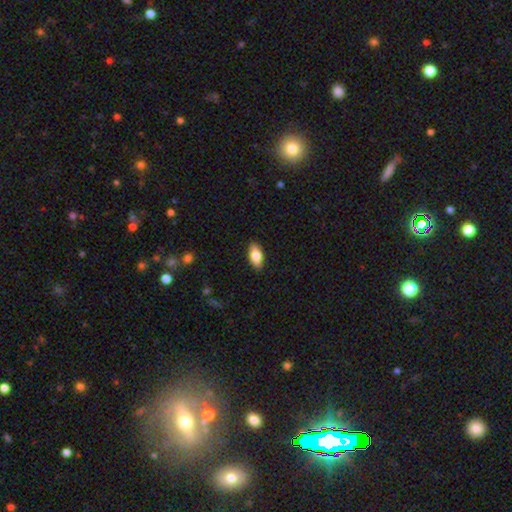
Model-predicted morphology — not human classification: A smooth galaxy with no disk features (77%) that is in between round and cigar-shaped (88%).

Vote fractions:
- Smooth or featured? smooth: 77% / featured or disk: 17% / star or artifact: 6%
- How rounded? in between: 88% / cigar-shaped: 9% / round: 3%
- Merging? none: 89% / minor disturbance: 8% / major disturbance: 2% / merger: 1%